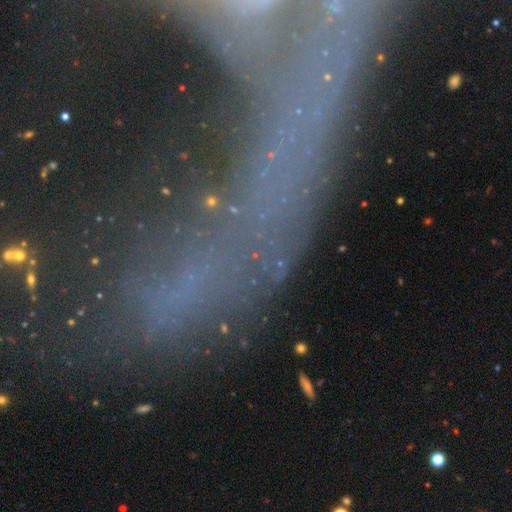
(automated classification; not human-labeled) smooth-or-featured: featured or disk: 42% | star or artifact: 37% | smooth: 21%
  merging: none: 40% | major disturbance: 24% | merger: 20% | minor disturbance: 16%